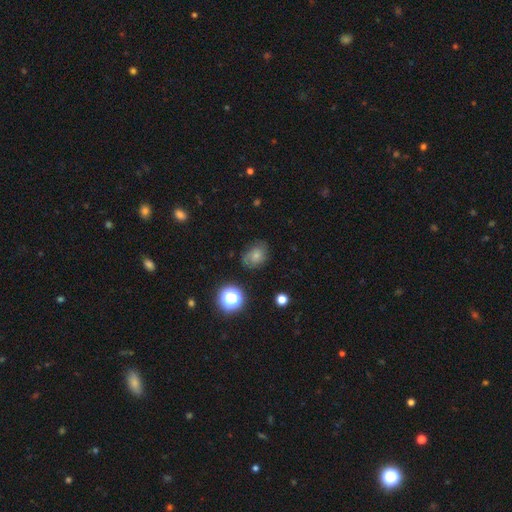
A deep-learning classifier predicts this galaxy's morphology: A smooth galaxy with no disk features (60%) that is in between round and cigar-shaped (58%). Merging: none (62%).